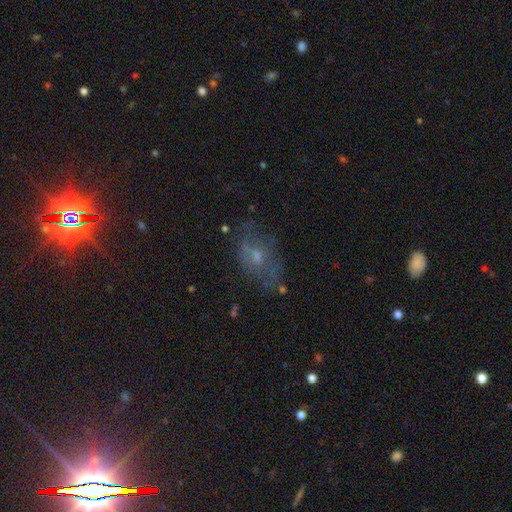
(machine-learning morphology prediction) A smooth galaxy with no disk features (44%).

Vote fractions:
- Smooth or featured? smooth: 44% / featured or disk: 40% / star or artifact: 16%
- Merging? none: 54% / minor disturbance: 24% / major disturbance: 18% / merger: 4%